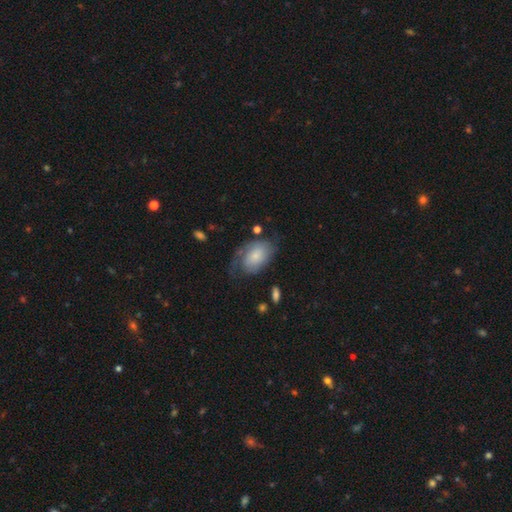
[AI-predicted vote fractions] This appears to be a featured or disk galaxy (53%) with no bar (72%), spiral arms (86%) and a small central bulge (54%). Merging: none (47%).